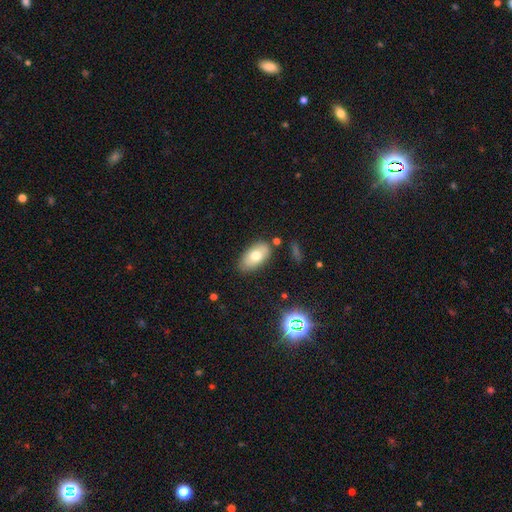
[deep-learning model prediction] Morphology: type=smooth (71%); roundness=in between (93%); merging=none (80%).